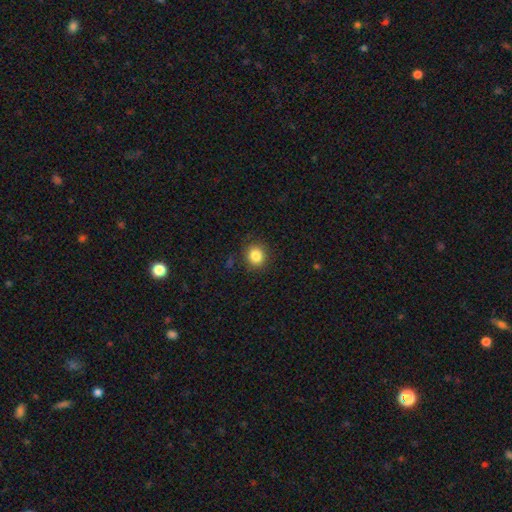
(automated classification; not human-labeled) Overall: smooth (84%). How rounded: round (84%). Merging: none (88%).